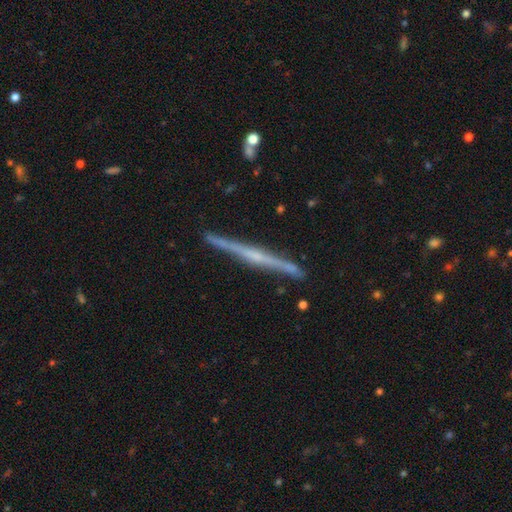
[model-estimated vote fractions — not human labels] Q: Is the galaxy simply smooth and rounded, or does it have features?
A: featured or disk — 80%.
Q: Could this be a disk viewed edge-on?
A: yes — 98%.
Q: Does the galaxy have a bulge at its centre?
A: rounded — 51%.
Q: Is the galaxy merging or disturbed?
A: none — 89%.